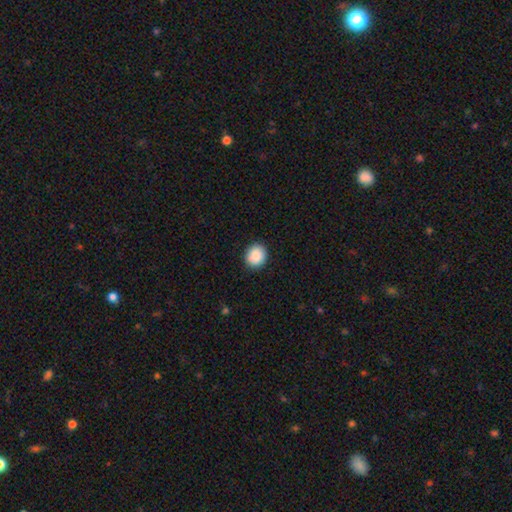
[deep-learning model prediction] A smooth galaxy with no disk features (88%) that is round (81%). Merging: none (90%).